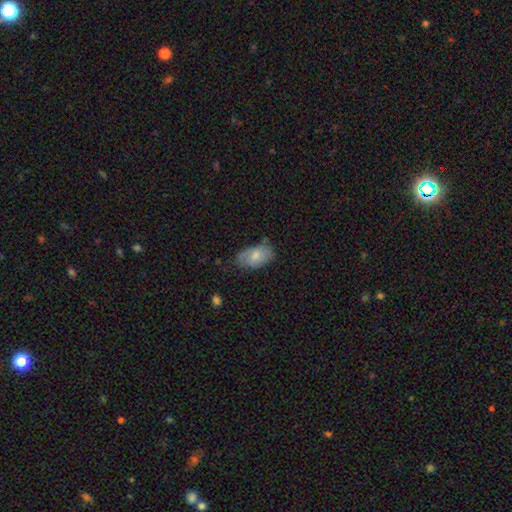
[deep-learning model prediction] This appears to be a smooth galaxy with no disk features (71%) that is in between round and cigar-shaped (93%). Merging: none (57%).